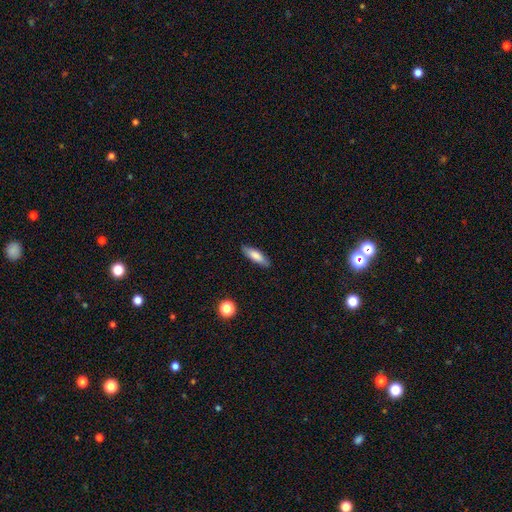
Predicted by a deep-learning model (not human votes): This appears to be a smooth galaxy with no disk features (77%) that is cigar-shaped (55%). Merging: none (86%).